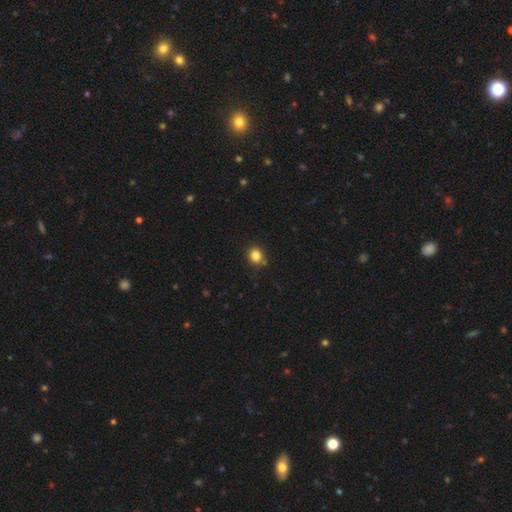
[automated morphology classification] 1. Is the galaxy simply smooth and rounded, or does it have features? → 83% smooth, 12% star or artifact, 5% featured or disk.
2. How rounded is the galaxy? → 83% round, 16% in between, 1% cigar-shaped.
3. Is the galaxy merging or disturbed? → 80% none, 12% minor disturbance, 4% merger, 3% major disturbance.